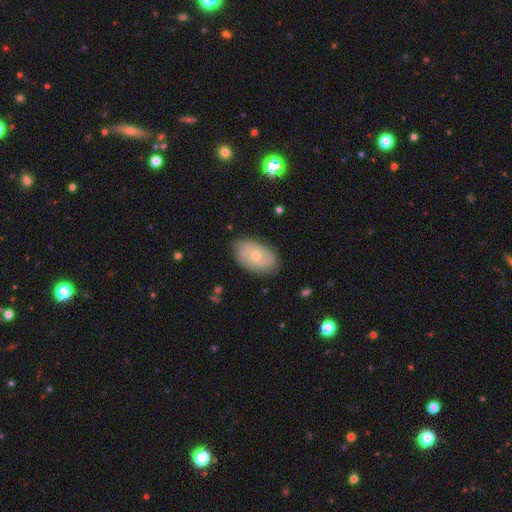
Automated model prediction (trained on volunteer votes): smooth-or-featured: smooth: 56% | featured or disk: 37% | star or artifact: 7%
  how-rounded: in between: 89% | round: 10% | cigar-shaped: 1%
  merging: none: 78% | minor disturbance: 17% | major disturbance: 4% | merger: 1%